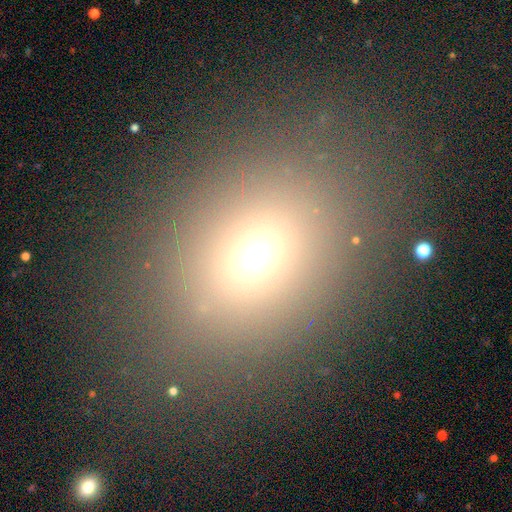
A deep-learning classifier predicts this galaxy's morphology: Smooth or featured?
  - smooth: 67% *
  - star or artifact: 23%
  - featured or disk: 10%
How rounded?
  - round: 53% *
  - in between: 45%
  - cigar-shaped: 1%
Merging?
  - none: 80% *
  - minor disturbance: 10%
  - major disturbance: 7%
  - merger: 3%